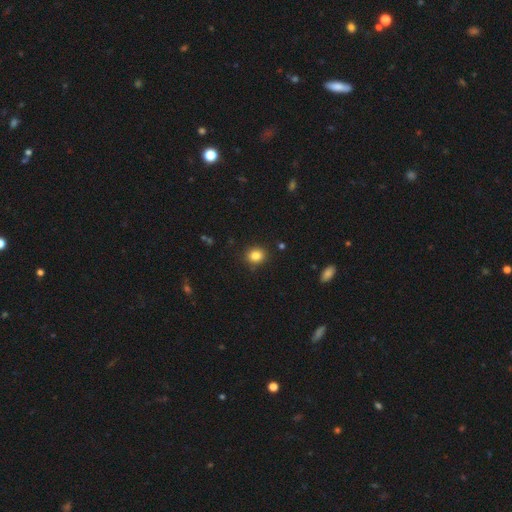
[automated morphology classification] A smooth galaxy with no disk features (85%) that is round (69%). Merging: none (88%).